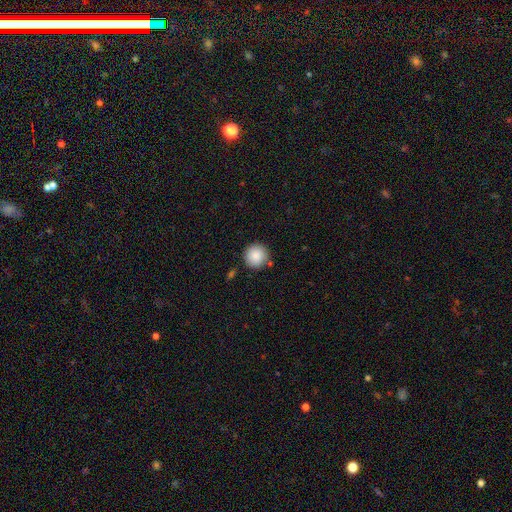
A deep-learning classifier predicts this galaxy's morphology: type=smooth (88%); roundness=round (95%); merging=none (86%).